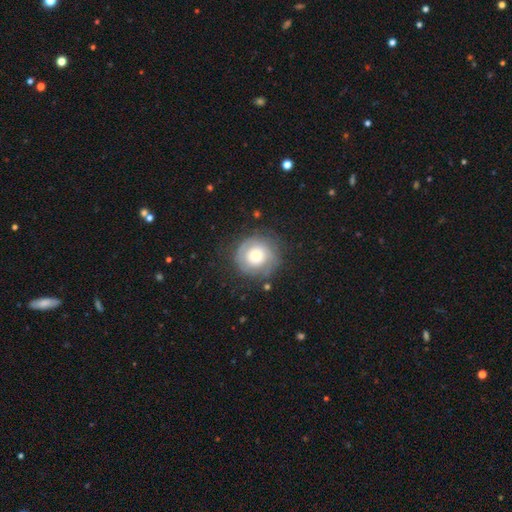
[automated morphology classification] smooth_or_featured: featured or disk (p=0.55) [alt: smooth p=0.38]
disk_edge_on: no (p=0.97) [alt: yes p=0.03]
bar: no (p=0.85) [alt: weak p=0.12]
has_spiral_arms: yes (p=0.67) [alt: no p=0.33]
bulge_size: moderate (p=0.52) [alt: small p=0.26]
merging: none (p=0.74) [alt: minor disturbance p=0.16]